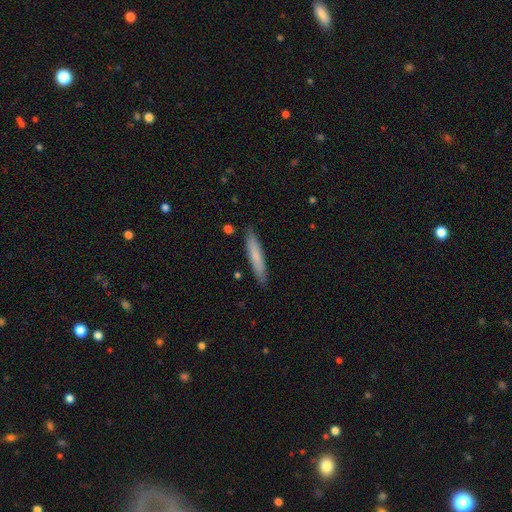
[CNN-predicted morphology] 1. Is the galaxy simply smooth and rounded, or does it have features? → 73% smooth, 21% featured or disk, 6% star or artifact.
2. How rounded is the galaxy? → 93% cigar-shaped, 6% in between, 1% round.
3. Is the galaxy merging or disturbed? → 89% none, 8% minor disturbance, 2% major disturbance, 1% merger.